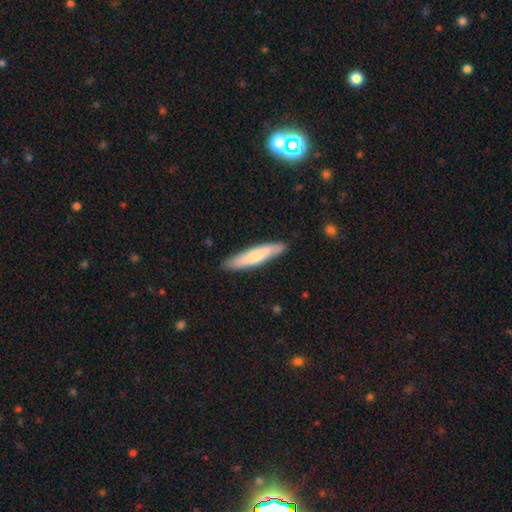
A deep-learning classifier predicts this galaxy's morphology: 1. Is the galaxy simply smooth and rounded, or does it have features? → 68% smooth, 27% featured or disk, 5% star or artifact.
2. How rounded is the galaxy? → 87% cigar-shaped, 12% in between, 1% round.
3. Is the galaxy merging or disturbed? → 87% none, 10% minor disturbance, 2% major disturbance, 1% merger.